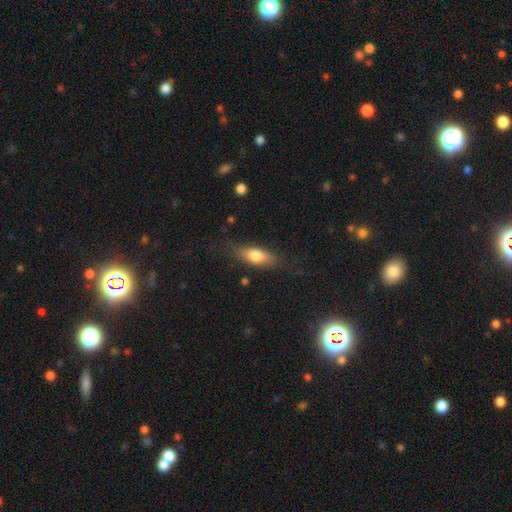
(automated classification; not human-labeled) smooth 70%, featured or disk 23%, star or artifact 7%. Down the decision tree: how rounded — in between (66%); merging — none (78%).